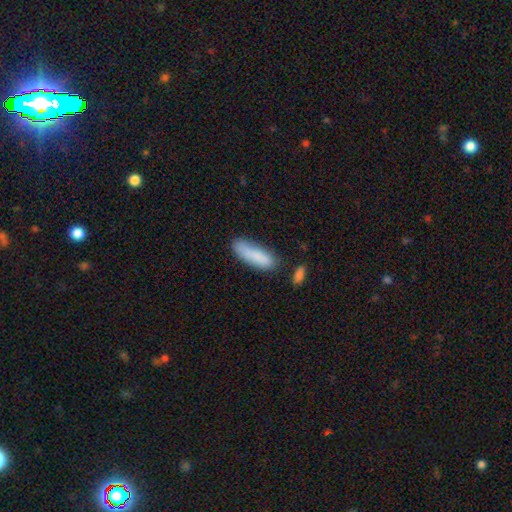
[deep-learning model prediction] A smooth galaxy with no disk features (83%) that is cigar-shaped (53%). Merging: none (60%).